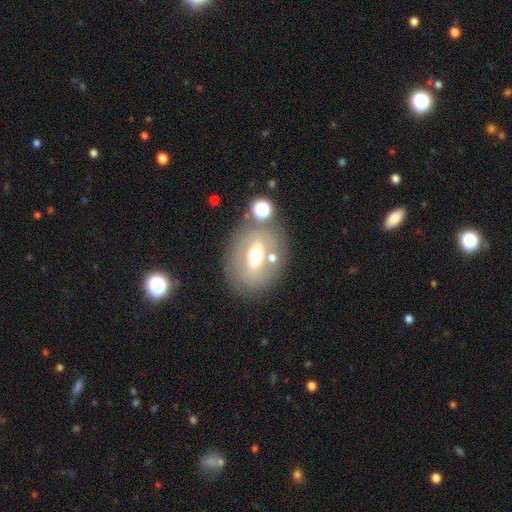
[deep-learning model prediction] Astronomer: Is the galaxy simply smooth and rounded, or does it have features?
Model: featured or disk — 49% (runner-up: smooth, 40%).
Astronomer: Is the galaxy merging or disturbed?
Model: none — 68%.